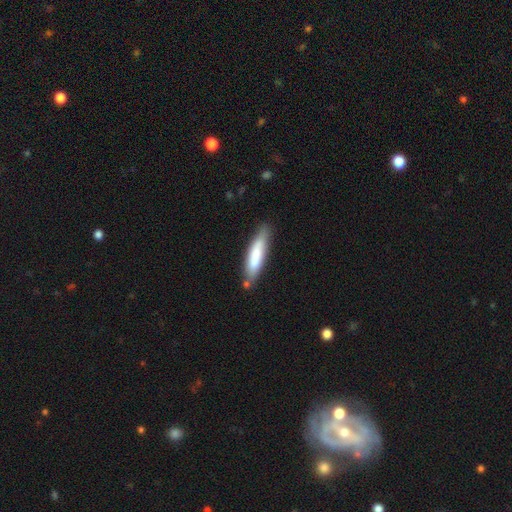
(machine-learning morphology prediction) smooth_or_featured: smooth (p=0.73) [alt: featured or disk p=0.22]
how_rounded: cigar-shaped (p=0.78) [alt: in between p=0.21]
merging: none (p=0.74) [alt: minor disturbance p=0.17]